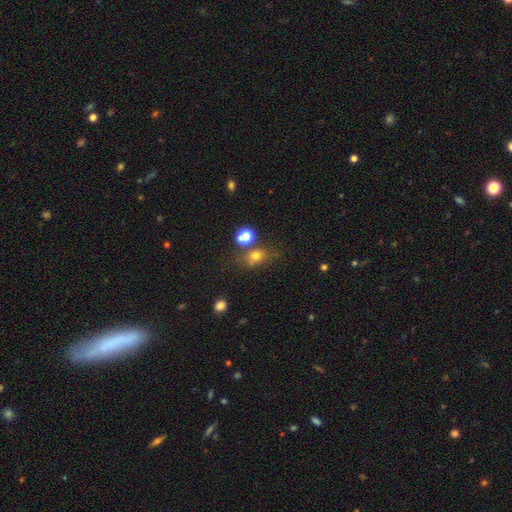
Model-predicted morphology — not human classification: Q: Smooth or featured?
A: smooth (70%); runner-up: star or artifact (18%)
Q: How rounded?
A: round (54%); runner-up: in between (44%)
Q: Merging?
A: none (55%); runner-up: merger (20%)